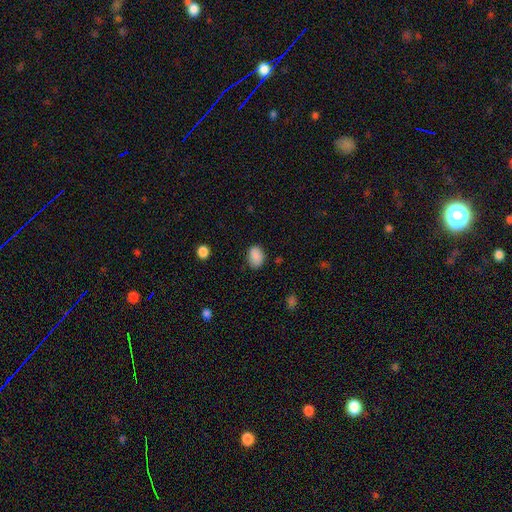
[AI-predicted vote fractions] Smooth or featured?
  - smooth: 88% *
  - star or artifact: 8%
  - featured or disk: 4%
How rounded?
  - in between: 78% *
  - round: 21%
  - cigar-shaped: 1%
Merging?
  - none: 79% *
  - minor disturbance: 16%
  - major disturbance: 3%
  - merger: 1%